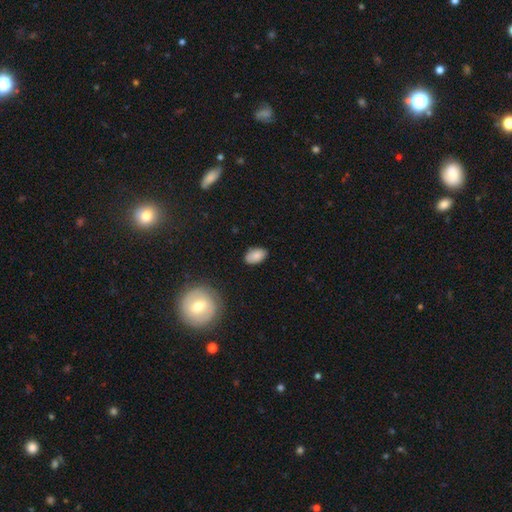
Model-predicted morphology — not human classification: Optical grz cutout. It shows a smooth galaxy with no disk features (84%) that is in between round and cigar-shaped (91%). Merging: none (81%).